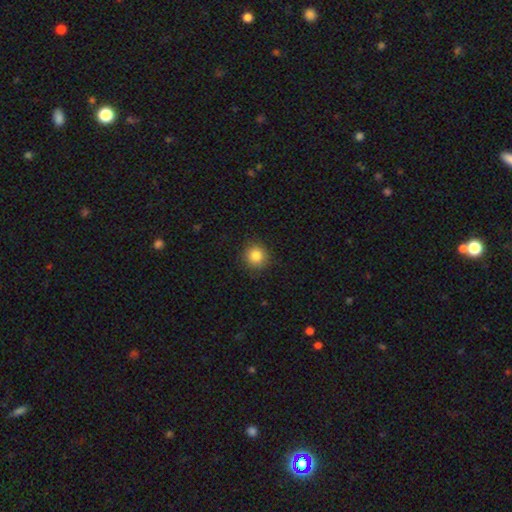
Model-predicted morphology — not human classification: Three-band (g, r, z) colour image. It shows a smooth galaxy with no disk features (84%) that is round (92%). Merging: none (90%).